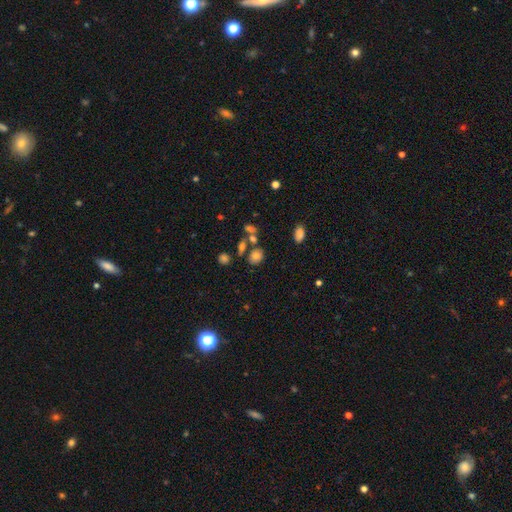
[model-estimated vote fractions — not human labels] A smooth galaxy with no disk features (75%) that is in between round and cigar-shaped (57%). Merging: none (59%).